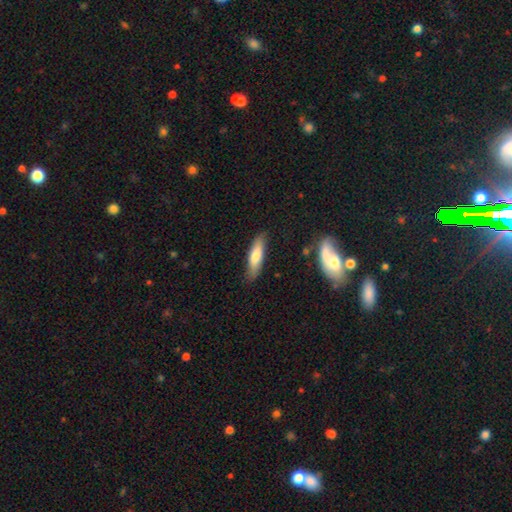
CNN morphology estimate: Q: Smooth or featured?
A: smooth (71%); runner-up: featured or disk (23%)
Q: How rounded?
A: cigar-shaped (66%); runner-up: in between (32%)
Q: Merging?
A: none (82%); runner-up: minor disturbance (14%)